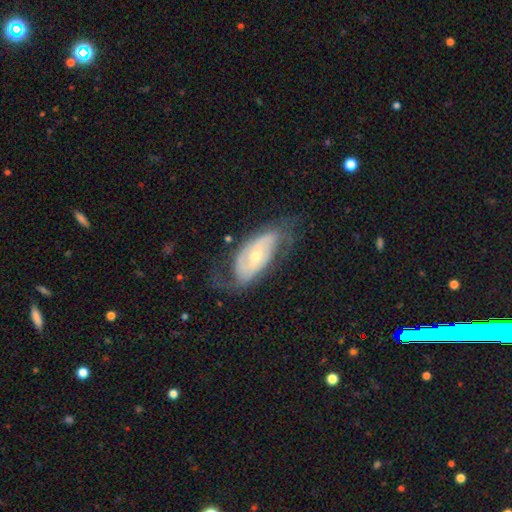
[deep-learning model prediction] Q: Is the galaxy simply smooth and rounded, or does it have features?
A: featured or disk — 77%.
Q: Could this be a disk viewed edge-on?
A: no — 92%.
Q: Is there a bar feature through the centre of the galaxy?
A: no — 63%.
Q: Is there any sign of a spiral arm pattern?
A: yes — 85%.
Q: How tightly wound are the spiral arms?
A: medium — 39%.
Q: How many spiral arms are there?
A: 2 — 67%.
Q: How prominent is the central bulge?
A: small — 50%.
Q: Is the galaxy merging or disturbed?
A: none — 58%.